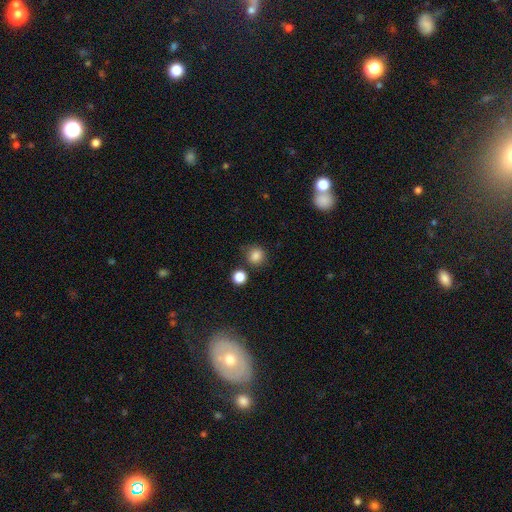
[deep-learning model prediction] The model was most divided on "merging": none: 78%, minor disturbance: 12%, merger: 6%, major disturbance: 4%. More confident: how rounded — round (89%); smooth or featured — smooth (84%).